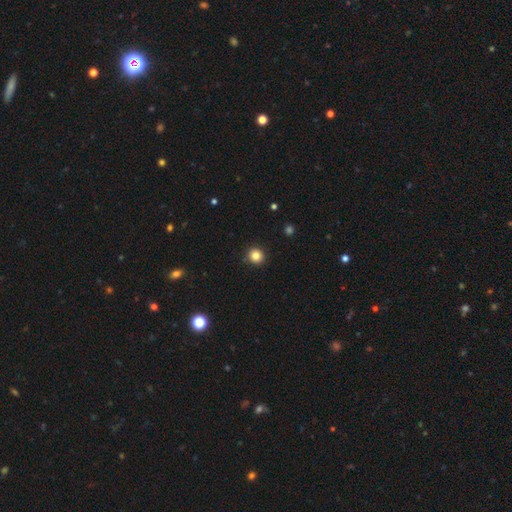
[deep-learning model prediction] The model was most divided on "smooth or featured": smooth: 83%, star or artifact: 12%, featured or disk: 5%. More confident: how rounded — round (93%); merging — none (91%).